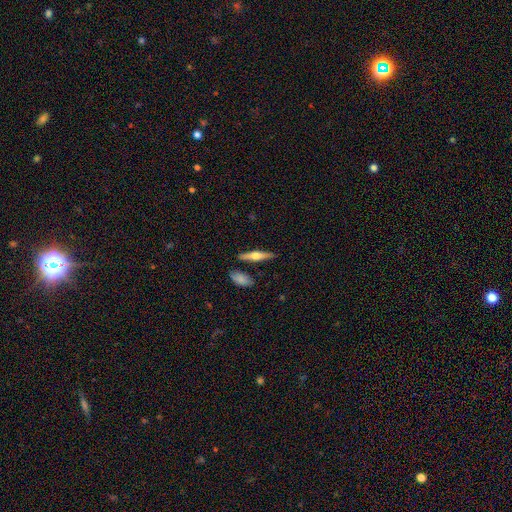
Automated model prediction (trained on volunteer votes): Smooth or featured? Predicted: featured or disk (p=0.58). Edge-on disk? Predicted: yes (p=0.95). Edge-on bulge? Predicted: rounded (p=0.92). Merging? Predicted: none (p=0.84).